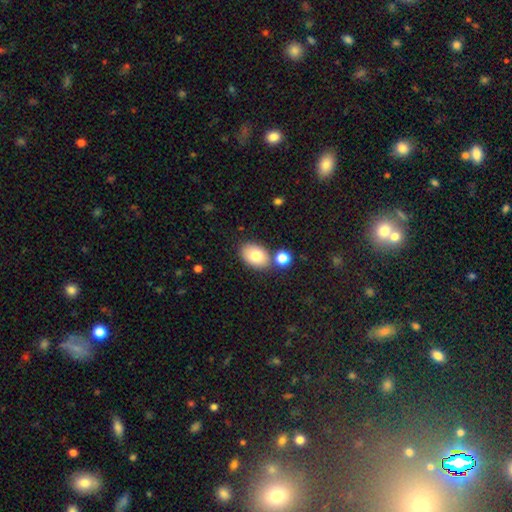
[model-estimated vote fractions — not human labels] Overall: smooth (80%). How rounded: in between (84%). Merging: none (75%).